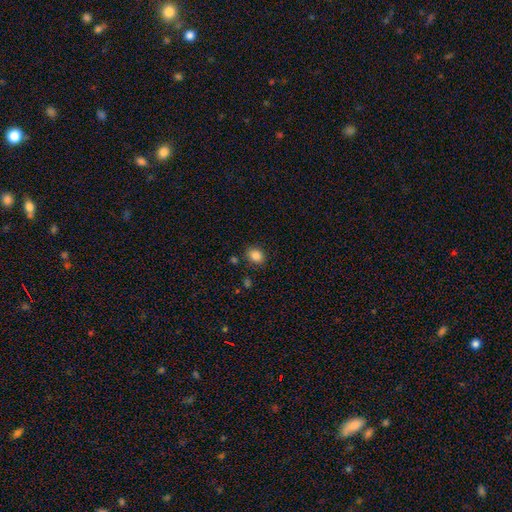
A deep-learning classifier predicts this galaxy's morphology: Smooth or featured: smooth — 84% (star or artifact — 10%)
How rounded: in between — 53% (round — 46%)
Merging: none — 85% (minor disturbance — 10%)